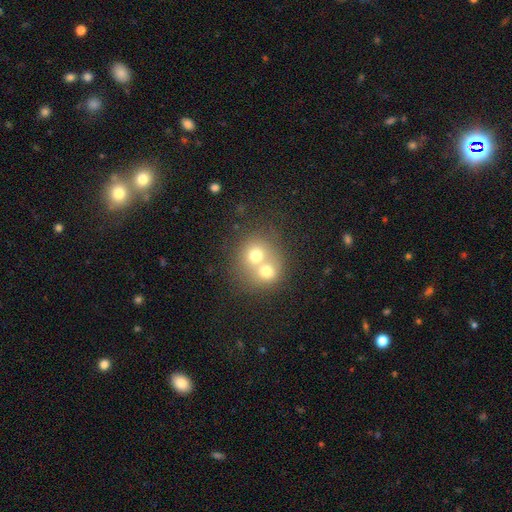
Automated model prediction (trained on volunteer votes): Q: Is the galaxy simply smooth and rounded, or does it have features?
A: smooth — 67%.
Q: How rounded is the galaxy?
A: round — 76%.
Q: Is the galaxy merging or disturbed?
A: merger — 68%.